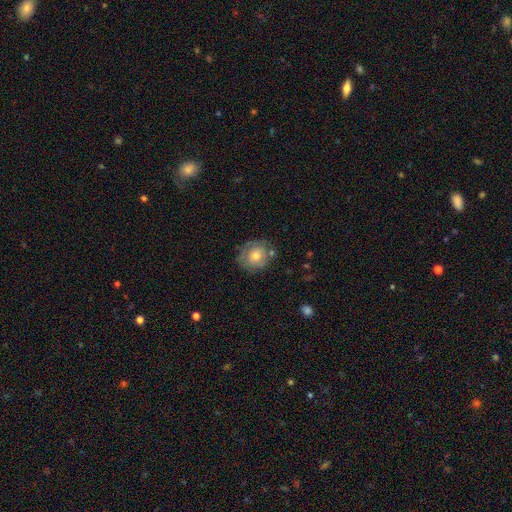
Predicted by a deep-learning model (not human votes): smooth 58%, featured or disk 34%, star or artifact 8%. Down the decision tree: how rounded — round (76%); merging — none (68%).